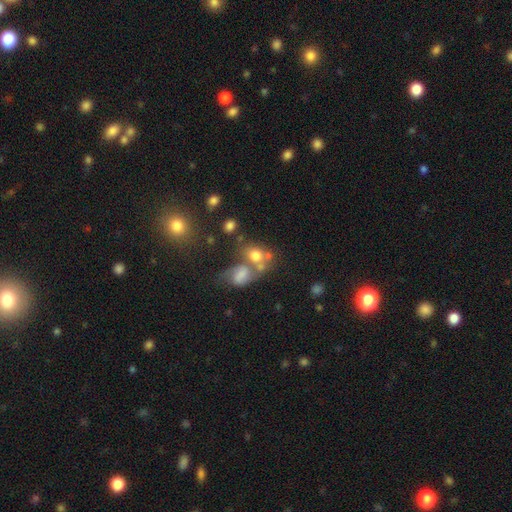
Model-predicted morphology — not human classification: This is likely a smooth galaxy (64%). How rounded: possibly in between (54%). Merging: possibly merger (49%).